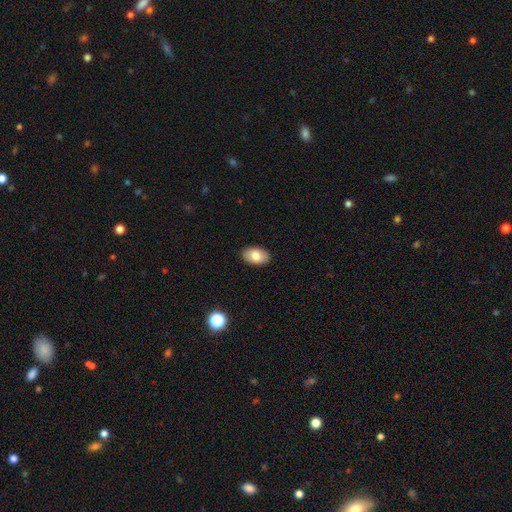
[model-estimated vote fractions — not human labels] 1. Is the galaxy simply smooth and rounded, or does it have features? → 81% smooth, 11% featured or disk, 7% star or artifact.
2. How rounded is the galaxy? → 92% in between, 7% round, 1% cigar-shaped.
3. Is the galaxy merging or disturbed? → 89% none, 8% minor disturbance, 2% major disturbance, 1% merger.